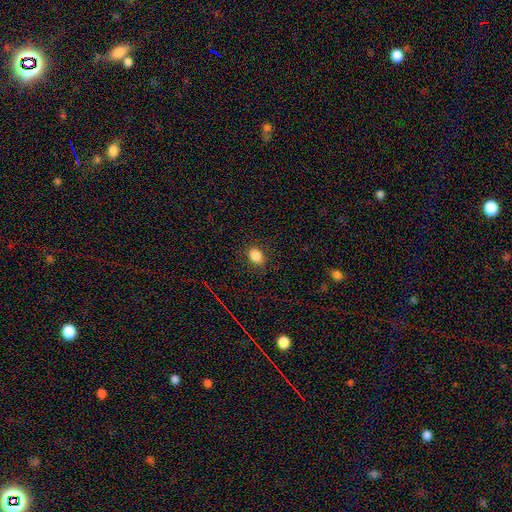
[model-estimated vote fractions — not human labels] smooth-or-featured: smooth: 83% | star or artifact: 12% | featured or disk: 5%
  how-rounded: in between: 60% | round: 39% | cigar-shaped: 1%
  merging: none: 86% | minor disturbance: 10% | major disturbance: 3% | merger: 1%